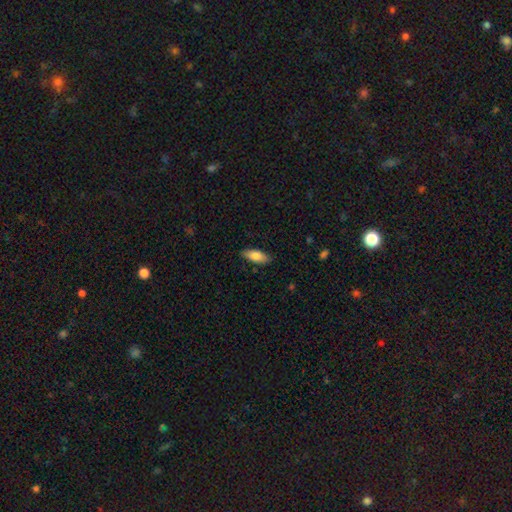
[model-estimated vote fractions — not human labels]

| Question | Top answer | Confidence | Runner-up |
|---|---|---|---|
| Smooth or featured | smooth | 83% | featured or disk (10%) |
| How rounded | in between | 79% | cigar-shaped (19%) |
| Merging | none | 86% | minor disturbance (11%) |